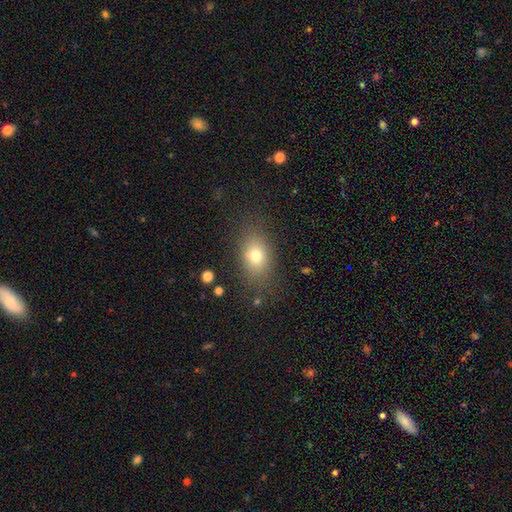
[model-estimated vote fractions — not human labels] Smooth or featured: smooth — 76% (featured or disk — 12%)
How rounded: in between — 76% (round — 21%)
Merging: none — 79% (minor disturbance — 13%)